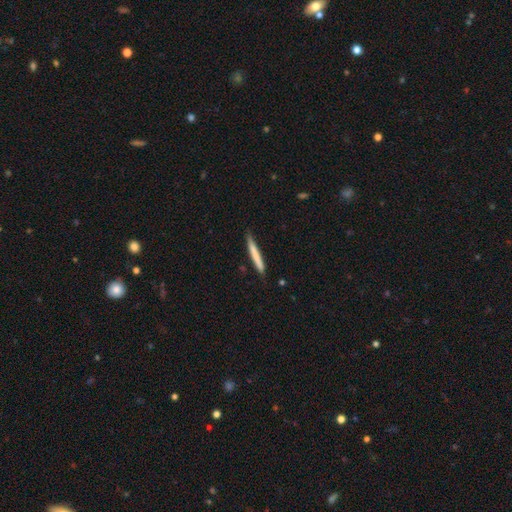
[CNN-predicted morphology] smooth-or-featured: smooth: 71% | featured or disk: 24% | star or artifact: 5%
  how-rounded: cigar-shaped: 96% | in between: 2% | round: 1%
  merging: none: 84% | minor disturbance: 13% | major disturbance: 2% | merger: 2%